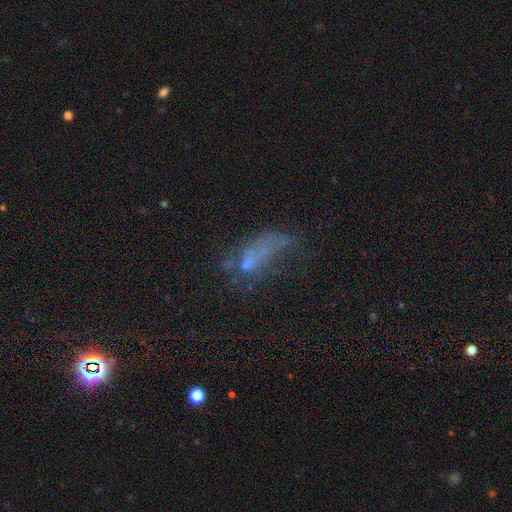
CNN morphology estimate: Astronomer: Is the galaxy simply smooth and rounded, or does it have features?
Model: featured or disk — 40% (runner-up: smooth, 36%).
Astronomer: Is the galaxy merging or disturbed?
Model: major disturbance — 44% (runner-up: none, 27%).